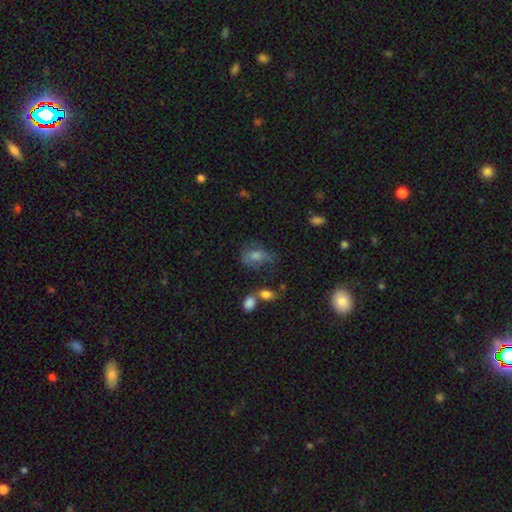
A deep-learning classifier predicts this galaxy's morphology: Smooth or featured?
  - smooth: 62% *
  - featured or disk: 23%
  - star or artifact: 15%
How rounded?
  - in between: 72% *
  - round: 25%
  - cigar-shaped: 3%
Merging?
  - none: 46% *
  - minor disturbance: 29%
  - major disturbance: 19%
  - merger: 6%